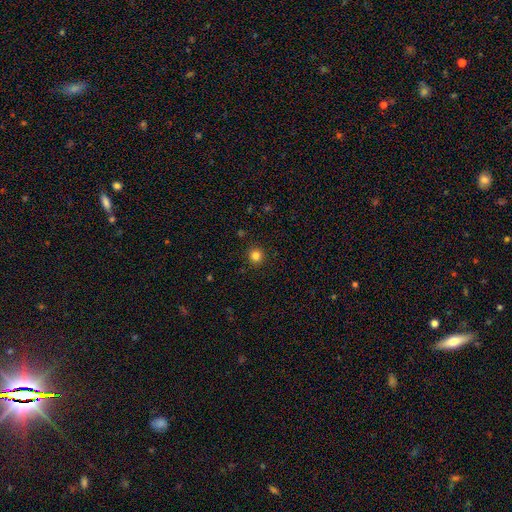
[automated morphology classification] Q: Smooth or featured?
A: smooth (83%); runner-up: star or artifact (13%)
Q: How rounded?
A: round (93%); runner-up: in between (7%)
Q: Merging?
A: none (91%); runner-up: minor disturbance (6%)